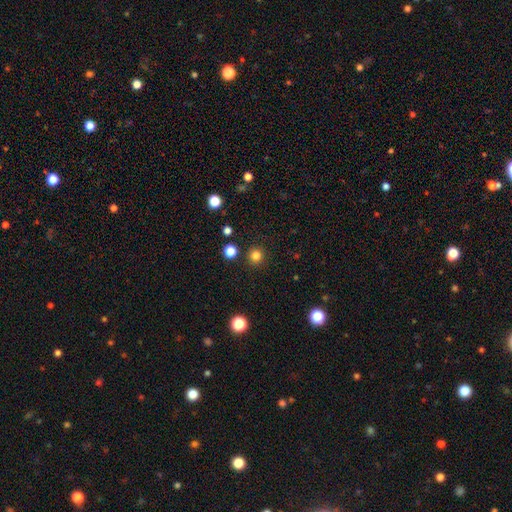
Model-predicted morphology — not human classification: Q: Smooth or featured?
A: smooth (82%); runner-up: star or artifact (14%)
Q: How rounded?
A: round (95%); runner-up: in between (4%)
Q: Merging?
A: none (91%); runner-up: minor disturbance (5%)